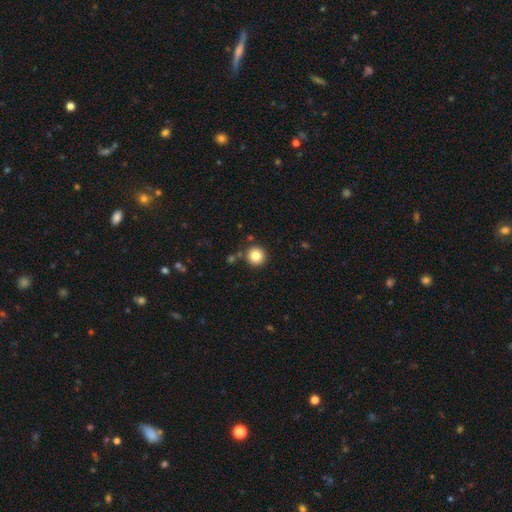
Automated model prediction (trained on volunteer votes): Smooth or featured?
  - smooth: 83% *
  - star or artifact: 10%
  - featured or disk: 6%
How rounded?
  - round: 95% *
  - in between: 4%
  - cigar-shaped: 1%
Merging?
  - none: 86% *
  - minor disturbance: 7%
  - merger: 5%
  - major disturbance: 2%